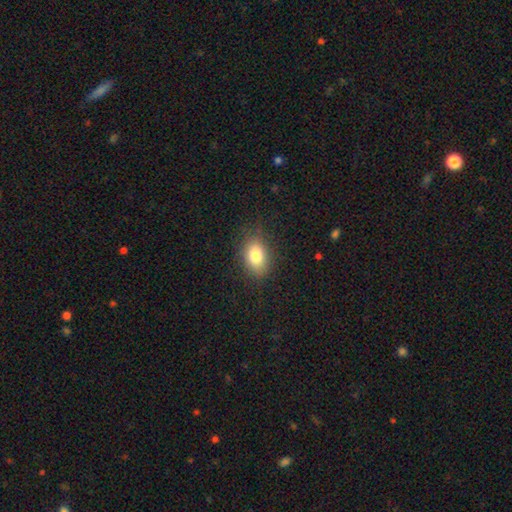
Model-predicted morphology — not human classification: smooth_or_featured: smooth (p=0.80) [alt: featured or disk p=0.10]
how_rounded: in between (p=0.78) [alt: round p=0.20]
merging: none (p=0.81) [alt: minor disturbance p=0.13]